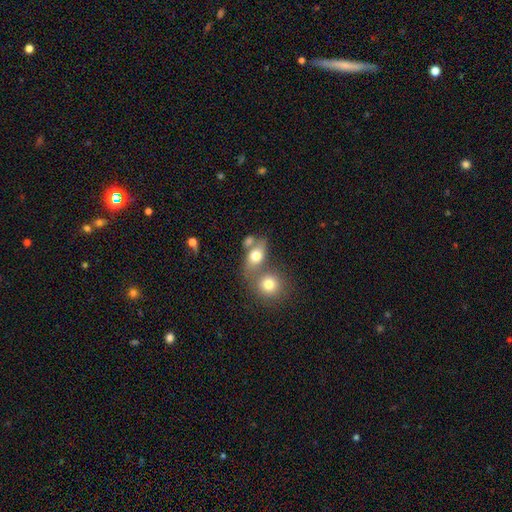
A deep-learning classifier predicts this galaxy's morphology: The model was most divided on "merging": merger: 42%, none: 40%, minor disturbance: 12%, major disturbance: 6%. More confident: smooth or featured — smooth (74%); how rounded — in between (69%).